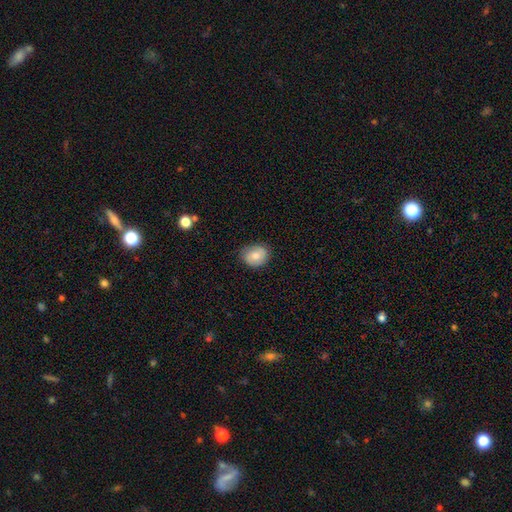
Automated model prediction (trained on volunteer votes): Smooth or featured?
  - smooth: 70% *
  - featured or disk: 22%
  - star or artifact: 8%
How rounded?
  - round: 60% *
  - in between: 39%
  - cigar-shaped: 1%
Merging?
  - none: 77% *
  - minor disturbance: 19%
  - major disturbance: 3%
  - merger: 1%